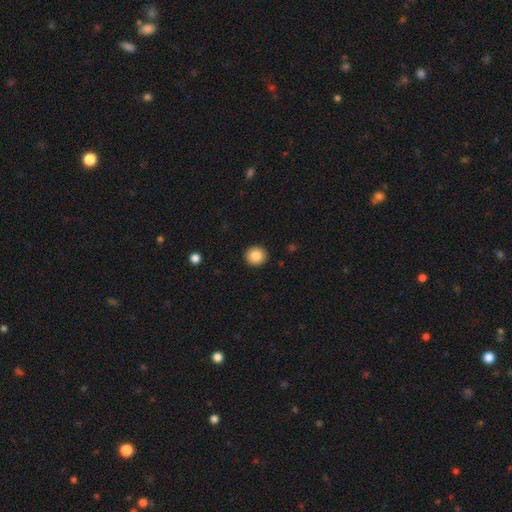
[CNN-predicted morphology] Overall: smooth (85%). How rounded: round (90%). Merging: none (92%).